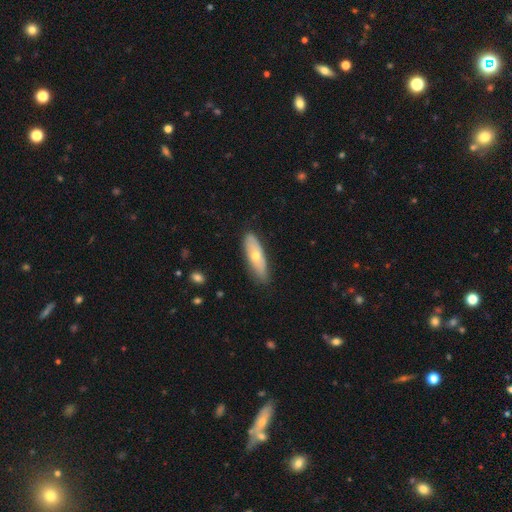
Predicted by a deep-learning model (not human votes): Smooth or featured? Predicted: smooth (p=0.57). How rounded? Predicted: in between (p=0.51). Merging? Predicted: none (p=0.81).